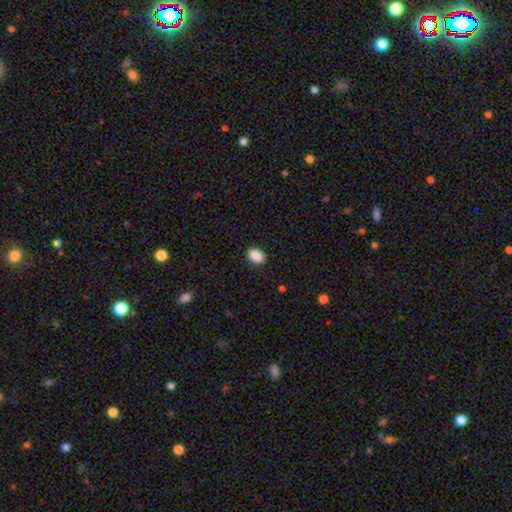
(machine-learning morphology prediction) A smooth galaxy with no disk features (89%) that is in between round and cigar-shaped (81%).

Vote fractions:
- Smooth or featured? smooth: 89% / star or artifact: 8% / featured or disk: 3%
- How rounded? in between: 81% / round: 18% / cigar-shaped: 1%
- Merging? none: 89% / minor disturbance: 8% / major disturbance: 2% / merger: 1%